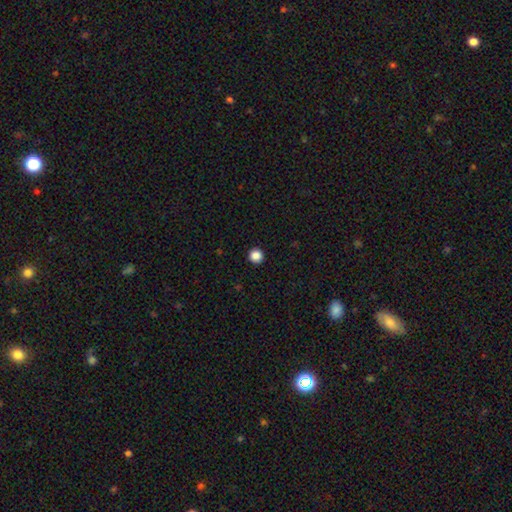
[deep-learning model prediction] Overall: smooth (87%). How rounded: round (96%). Merging: none (94%).